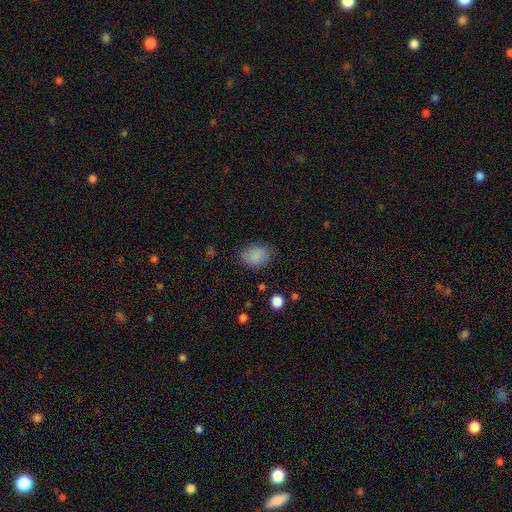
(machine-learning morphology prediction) This appears to be a smooth galaxy with no disk features (85%) that is in between round and cigar-shaped (59%). Merging: none (77%).